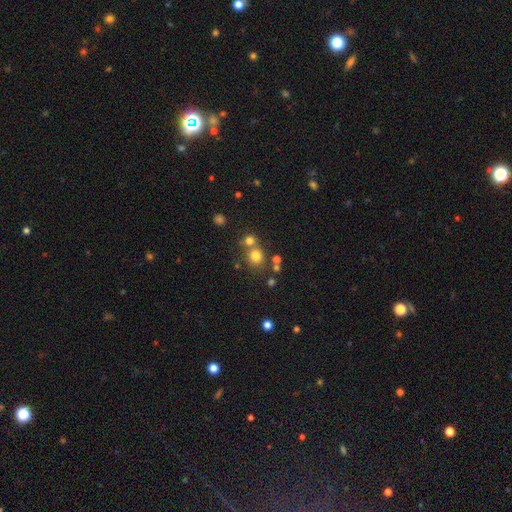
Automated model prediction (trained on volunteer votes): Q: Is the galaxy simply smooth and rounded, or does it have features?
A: smooth — 75%.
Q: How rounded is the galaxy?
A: round — 86%.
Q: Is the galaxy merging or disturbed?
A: none — 58%.